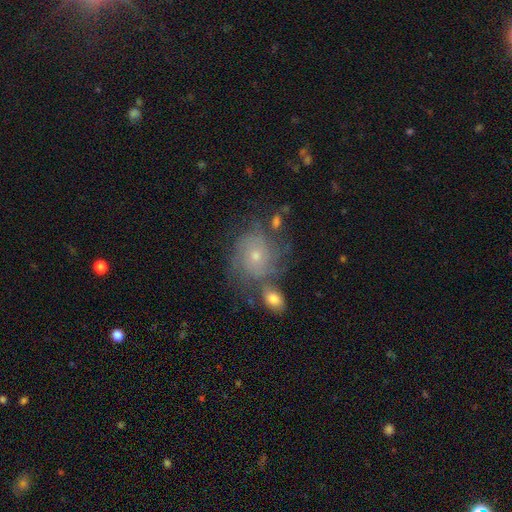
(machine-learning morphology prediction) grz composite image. It shows a featured or disk galaxy (62%) with no bar (81%), tight (59%) spiral arms (84%) and a small central bulge (59%). Merging: none (56%).